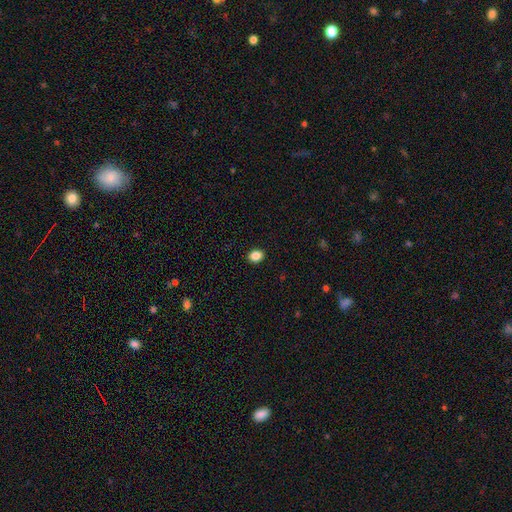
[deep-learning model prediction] smooth-or-featured: smooth: 87% | star or artifact: 10% | featured or disk: 3%
  how-rounded: in between: 52% | round: 47% | cigar-shaped: 1%
  merging: none: 91% | minor disturbance: 6% | major disturbance: 2% | merger: 1%